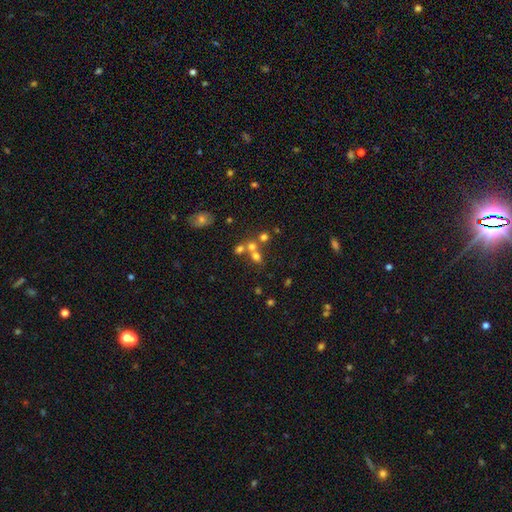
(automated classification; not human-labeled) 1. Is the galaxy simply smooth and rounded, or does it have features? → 60% smooth, 21% star or artifact, 19% featured or disk.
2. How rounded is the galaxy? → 59% round, 39% in between, 3% cigar-shaped.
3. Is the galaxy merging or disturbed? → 49% merger, 38% none, 8% minor disturbance, 6% major disturbance.